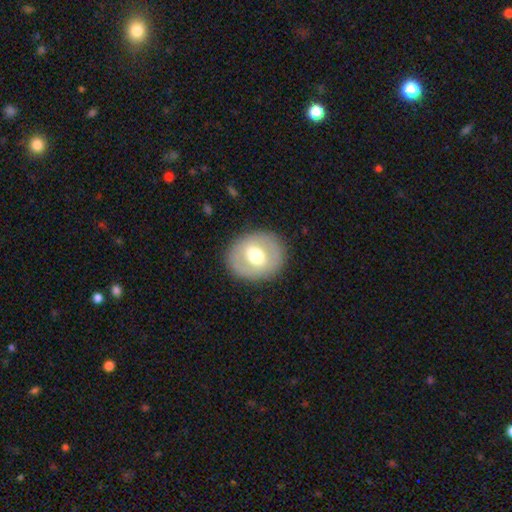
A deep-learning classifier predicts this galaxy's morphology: This is possibly a smooth galaxy (51%). How rounded: possibly round (58%). Merging: clearly none (85%).